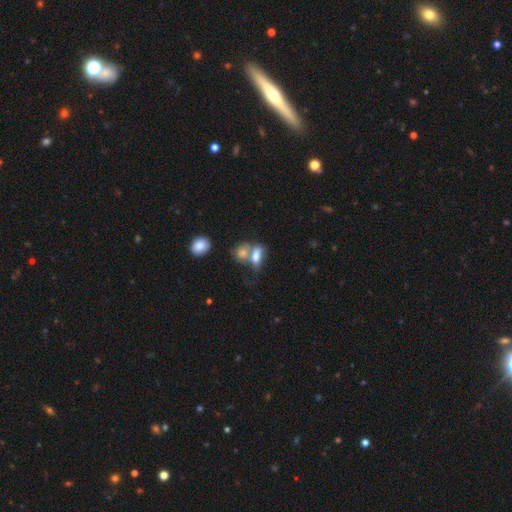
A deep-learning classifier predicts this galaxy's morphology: smooth-or-featured: smooth: 75% | featured or disk: 16% | star or artifact: 10%
  how-rounded: in between: 82% | round: 10% | cigar-shaped: 8%
  merging: merger: 53% | none: 29% | minor disturbance: 11% | major disturbance: 7%